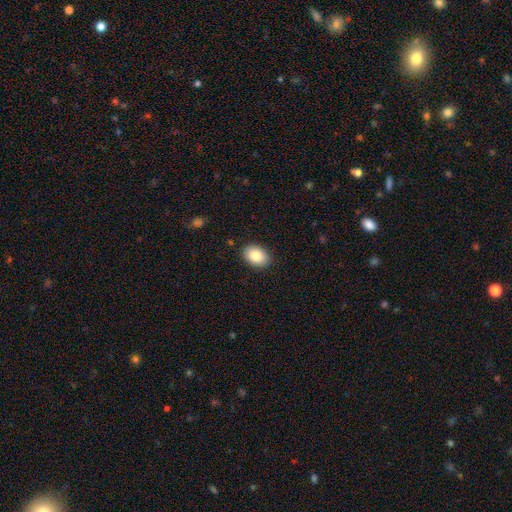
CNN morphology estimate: Smooth or featured: smooth — 86% (featured or disk — 7%)
How rounded: in between — 84% (round — 15%)
Merging: none — 88% (minor disturbance — 8%)